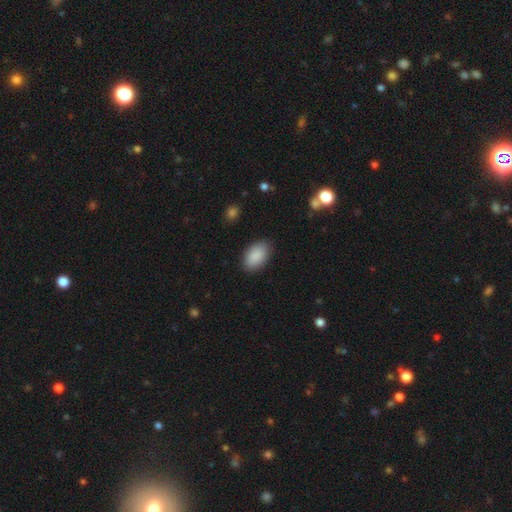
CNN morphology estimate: Smooth or featured? Predicted: smooth (p=0.90). How rounded? Predicted: in between (p=0.93). Merging? Predicted: none (p=0.87).